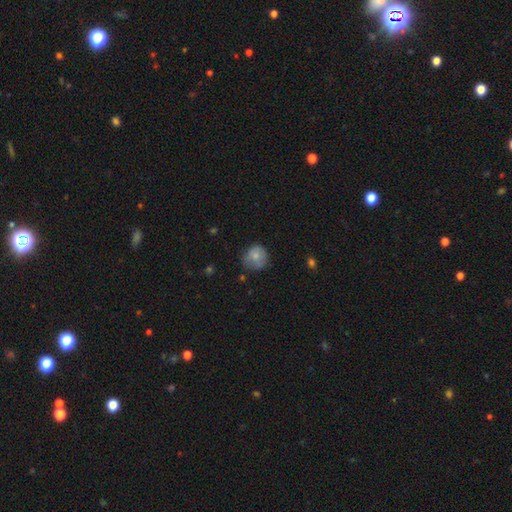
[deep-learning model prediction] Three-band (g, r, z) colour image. It shows a smooth galaxy with no disk features (75%) that is round (84%). Merging: none (60%).